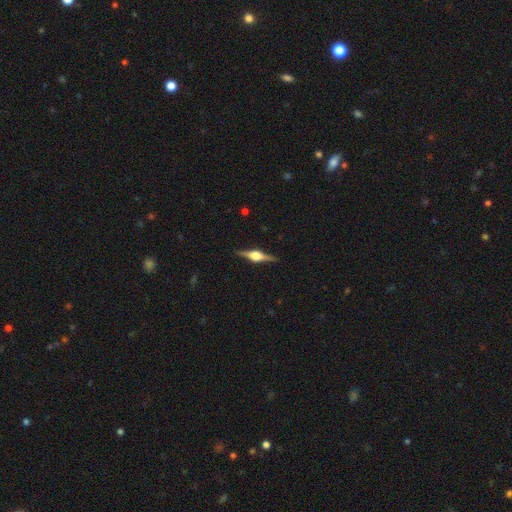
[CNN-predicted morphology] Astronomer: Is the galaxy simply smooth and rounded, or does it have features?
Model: featured or disk — 82%.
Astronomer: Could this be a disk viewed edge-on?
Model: yes — 98%.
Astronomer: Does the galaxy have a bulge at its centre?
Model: rounded — 92%.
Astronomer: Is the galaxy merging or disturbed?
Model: none — 90%.